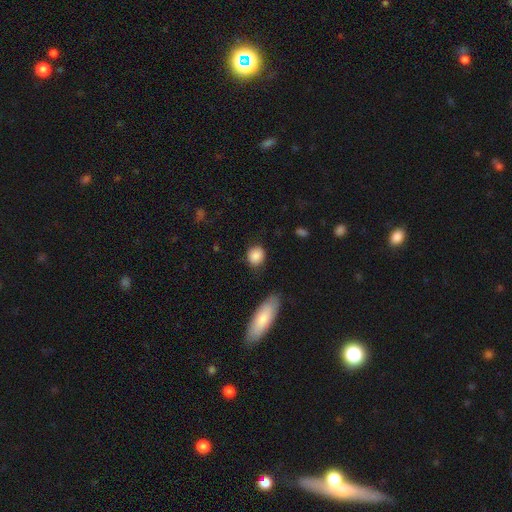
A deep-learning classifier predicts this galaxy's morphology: Smooth or featured? Predicted: smooth (p=0.88). How rounded? Predicted: round (p=0.75). Merging? Predicted: none (p=0.79).